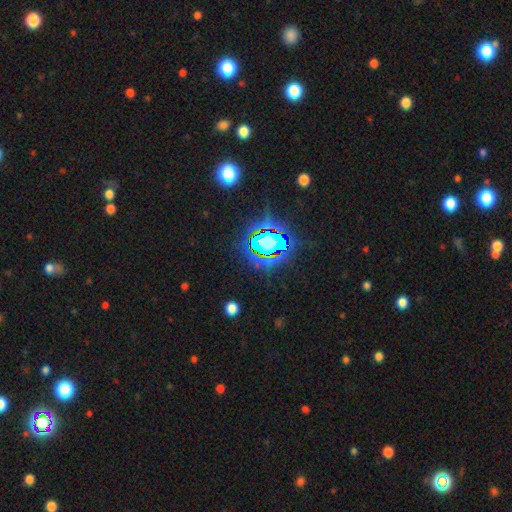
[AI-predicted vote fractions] star or artifact 82%, smooth 11%, featured or disk 7%.